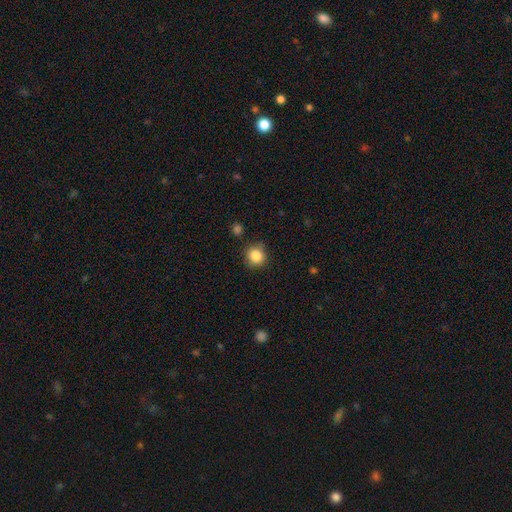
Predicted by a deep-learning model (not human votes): smooth_or_featured: smooth (p=0.85) [alt: star or artifact p=0.10]
how_rounded: round (p=0.89) [alt: in between p=0.10]
merging: none (p=0.83) [alt: minor disturbance p=0.11]